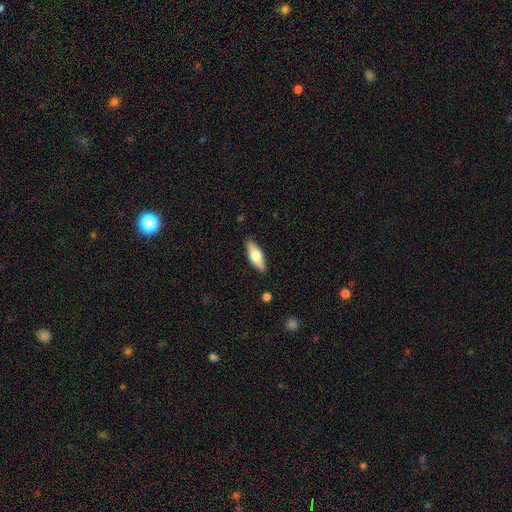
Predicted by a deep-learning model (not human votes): A smooth galaxy with no disk features (61%) that is in between round and cigar-shaped (66%). Merging: none (87%).